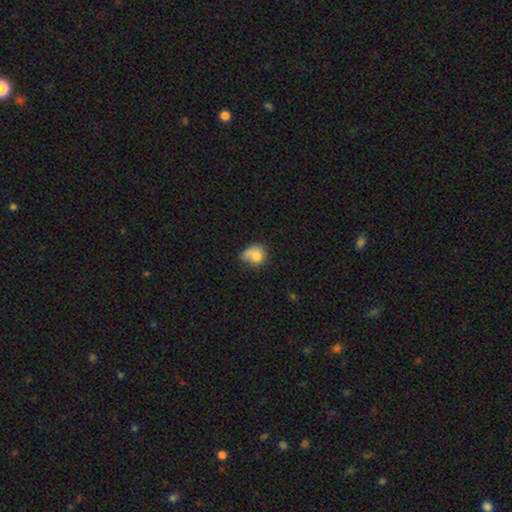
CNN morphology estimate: Smooth or featured? smooth (76%)
How rounded? round (55%)
Merging? none (32%)